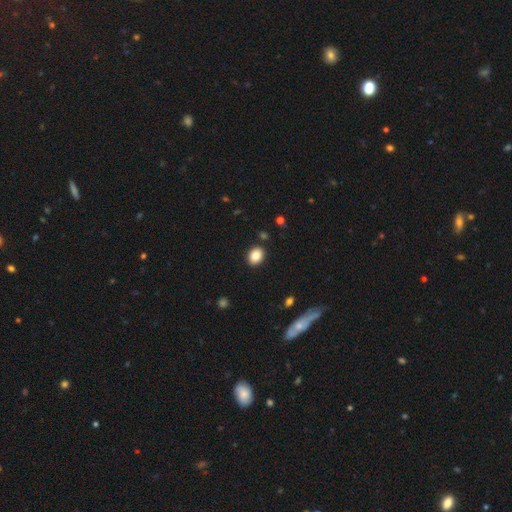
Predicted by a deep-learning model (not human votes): Smooth or featured? smooth (85%)
How rounded? in between (54%)
Merging? none (89%)